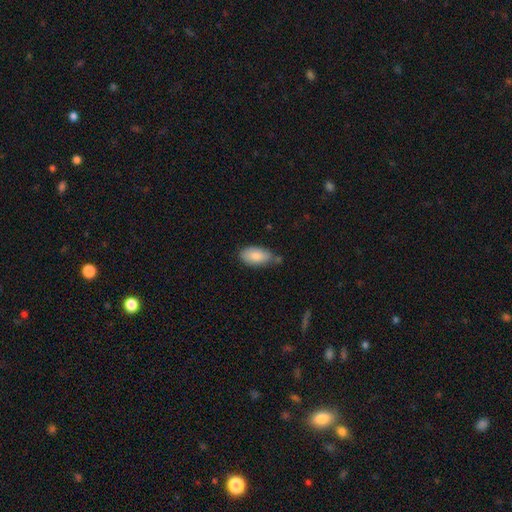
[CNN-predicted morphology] Smooth or featured? smooth (85%)
How rounded? in between (93%)
Merging? none (60%)